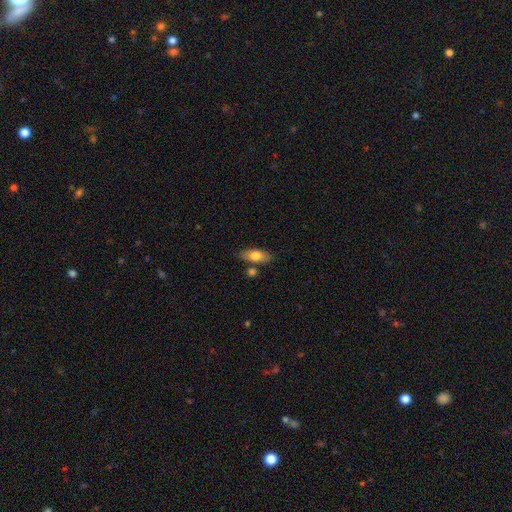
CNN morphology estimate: smooth_or_featured: smooth (p=0.75) [alt: featured or disk p=0.19]
how_rounded: in between (p=0.79) [alt: cigar-shaped p=0.18]
merging: none (p=0.76) [alt: minor disturbance p=0.12]